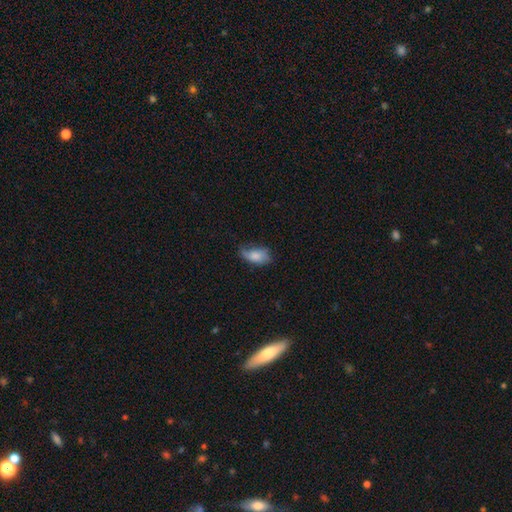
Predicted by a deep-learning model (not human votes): A smooth galaxy with no disk features (71%) that is in between round and cigar-shaped (91%). Merging: none (45%).